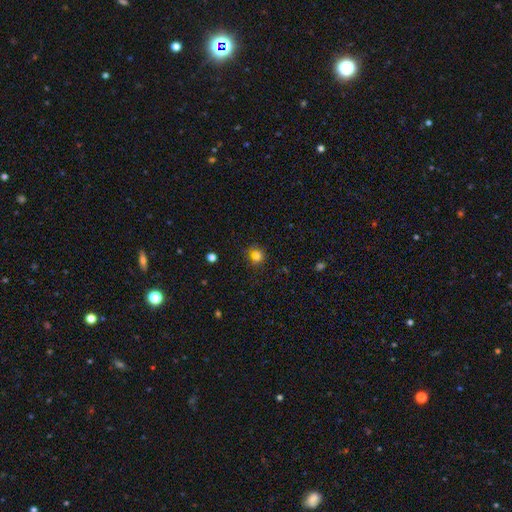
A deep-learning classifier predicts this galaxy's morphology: The model was most divided on "smooth or featured": smooth: 74%, star or artifact: 18%, featured or disk: 7%. More confident: how rounded — round (82%); merging — none (78%).